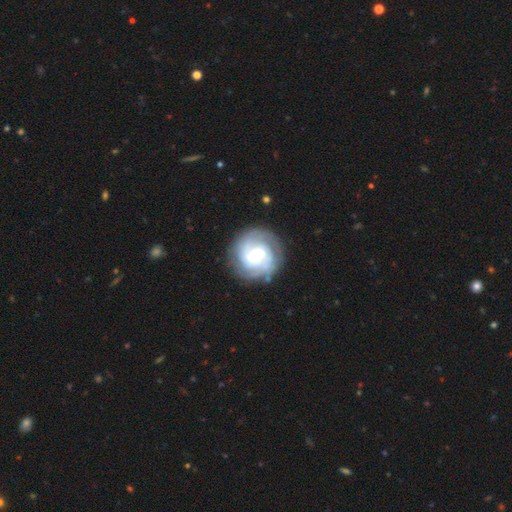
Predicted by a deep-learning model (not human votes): Q: Smooth or featured?
A: featured or disk (80%); runner-up: smooth (15%)
Q: Edge-on disk?
A: no (98%); runner-up: yes (2%)
Q: Bar?
A: weak (49%); runner-up: no (36%)
Q: Spiral arms?
A: yes (94%); runner-up: no (6%)
Q: Spiral winding?
A: tight (57%); runner-up: medium (33%)
Q: Spiral arm count?
A: 2 (42%); runner-up: can't tell (25%)
Q: Bulge size?
A: moderate (48%); runner-up: small (31%)
Q: Merging?
A: none (79%); runner-up: minor disturbance (12%)